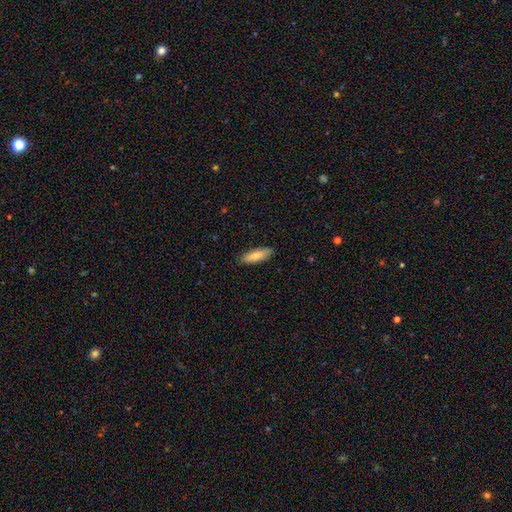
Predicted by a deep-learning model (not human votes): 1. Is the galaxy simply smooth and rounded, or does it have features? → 77% smooth, 17% featured or disk, 6% star or artifact.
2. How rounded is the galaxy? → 54% in between, 43% cigar-shaped, 2% round.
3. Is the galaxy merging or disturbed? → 89% none, 8% minor disturbance, 2% major disturbance, 1% merger.